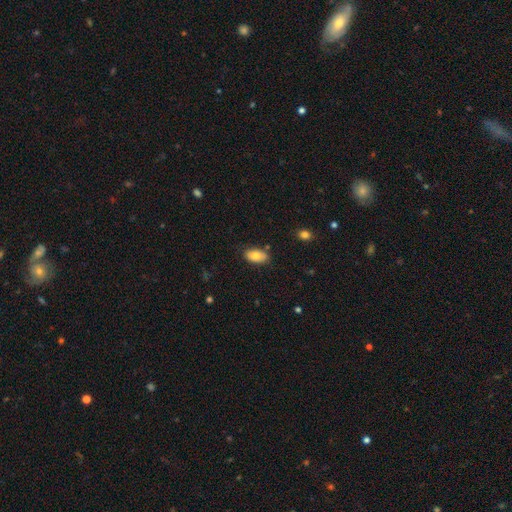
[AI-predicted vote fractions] smooth_or_featured: smooth (p=0.77) [alt: featured or disk p=0.16]
how_rounded: in between (p=0.93) [alt: round p=0.05]
merging: none (p=0.81) [alt: minor disturbance p=0.14]